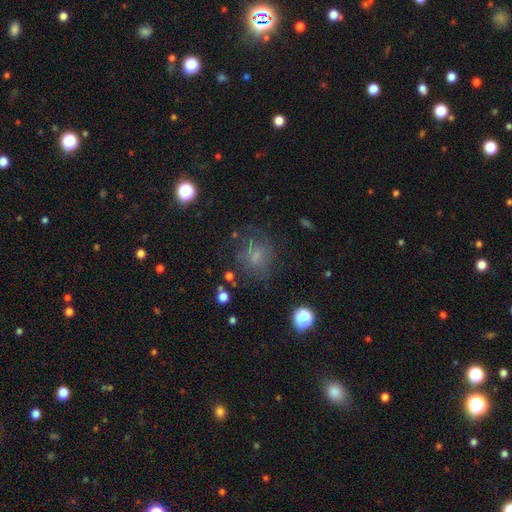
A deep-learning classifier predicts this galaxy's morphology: A smooth galaxy with no disk features (56%) that is round (73%). Merging: none (66%).